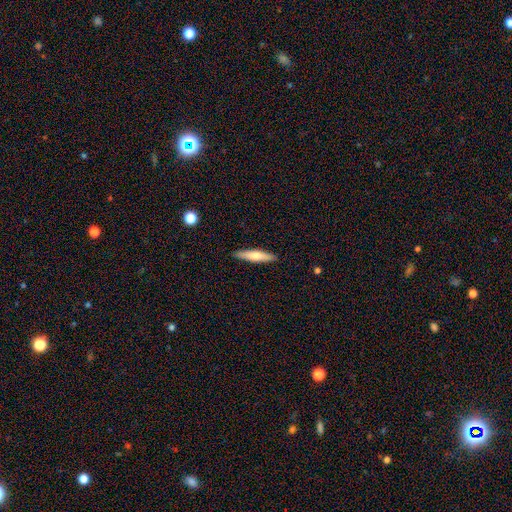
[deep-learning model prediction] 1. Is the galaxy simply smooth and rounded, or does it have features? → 63% smooth, 31% featured or disk, 6% star or artifact.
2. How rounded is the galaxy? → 84% cigar-shaped, 15% in between, 1% round.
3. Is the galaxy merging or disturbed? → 90% none, 7% minor disturbance, 2% major disturbance, 1% merger.